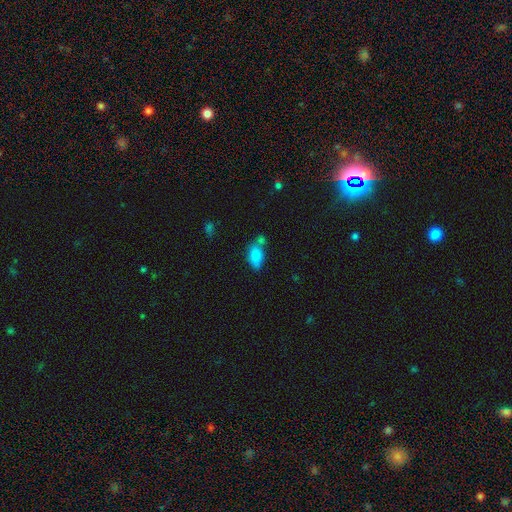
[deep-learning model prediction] Smooth or featured?
  - smooth: 83% *
  - star or artifact: 8%
  - featured or disk: 8%
How rounded?
  - in between: 90% *
  - round: 7%
  - cigar-shaped: 3%
Merging?
  - none: 48% *
  - merger: 26%
  - minor disturbance: 20%
  - major disturbance: 6%